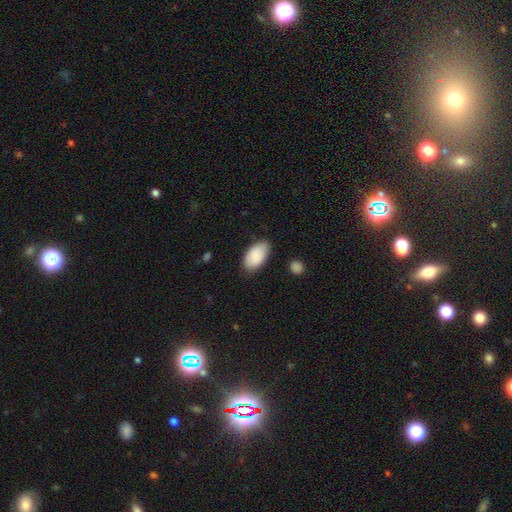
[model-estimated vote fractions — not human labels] Overall: smooth (89%). How rounded: in between (95%). Merging: none (81%).